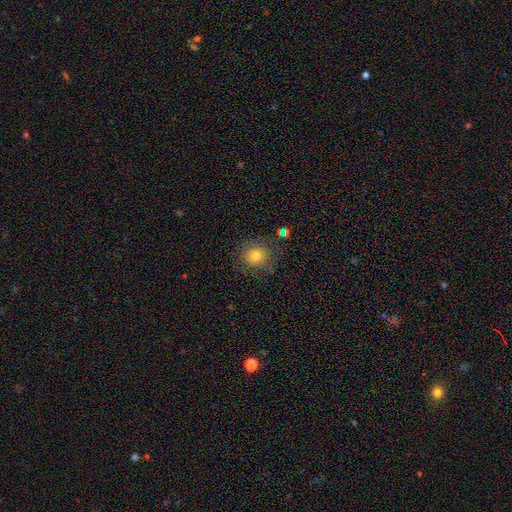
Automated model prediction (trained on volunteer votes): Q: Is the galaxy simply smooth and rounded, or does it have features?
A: smooth — 79%.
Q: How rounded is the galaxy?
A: round — 87%.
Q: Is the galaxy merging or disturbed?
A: none — 81%.